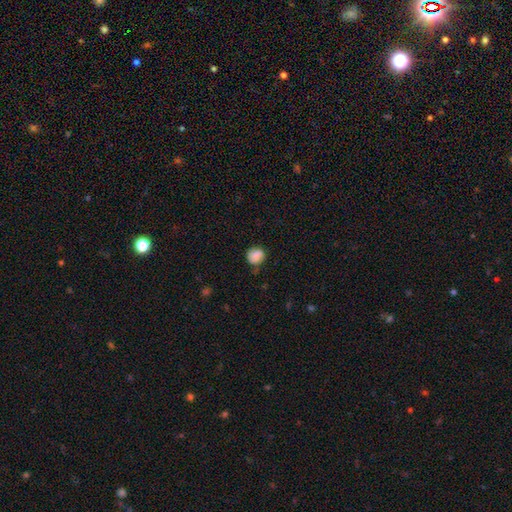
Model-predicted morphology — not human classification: type=smooth (78%); roundness=round (75%); merging=none (64%).